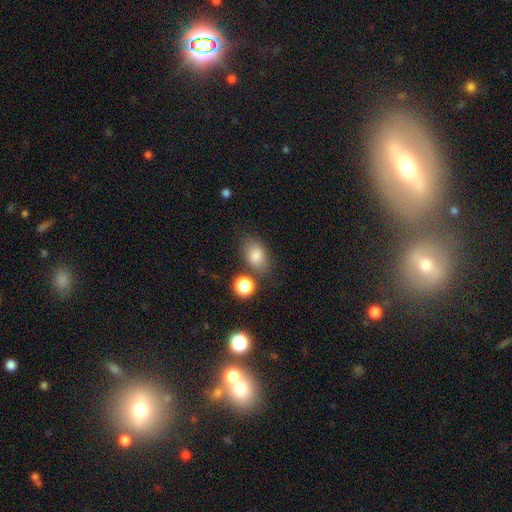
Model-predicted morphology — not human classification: Q: Smooth or featured?
A: smooth (83%); runner-up: star or artifact (10%)
Q: How rounded?
A: in between (83%); runner-up: round (15%)
Q: Merging?
A: none (71%); runner-up: minor disturbance (15%)